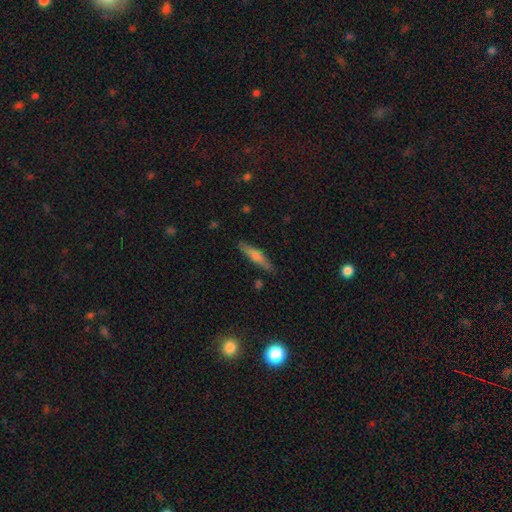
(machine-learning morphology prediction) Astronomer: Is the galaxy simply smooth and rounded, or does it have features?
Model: smooth — 57% (runner-up: featured or disk, 36%).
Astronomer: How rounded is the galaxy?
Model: cigar-shaped — 85%.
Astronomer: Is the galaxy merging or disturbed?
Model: none — 84%.